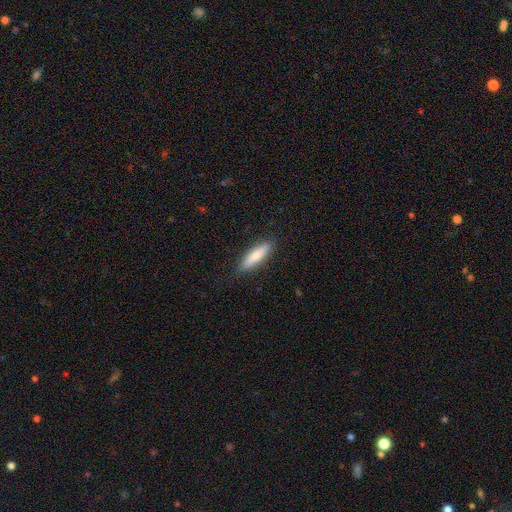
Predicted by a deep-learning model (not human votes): A smooth galaxy with no disk features (73%) that is cigar-shaped (65%). Merging: none (87%).